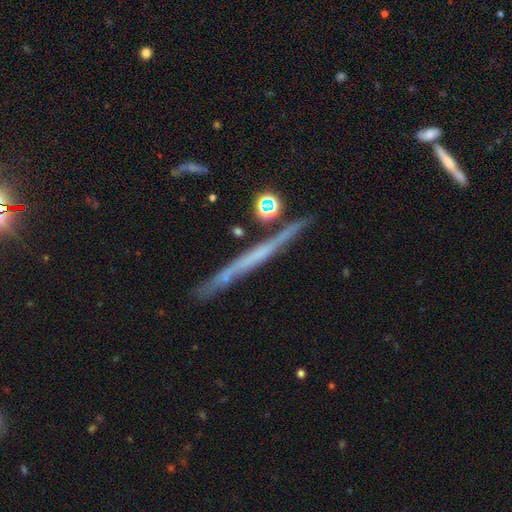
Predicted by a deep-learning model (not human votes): This is likely a featured or disk galaxy (62%). It is clearly viewed edge-on (96%). Edge-on bulge: clearly none (86%). Merging: clearly none (83%).